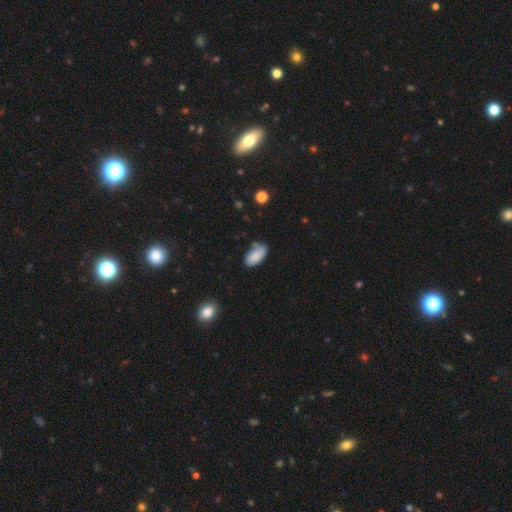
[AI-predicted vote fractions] A smooth galaxy with no disk features (83%) that is in between round and cigar-shaped (94%). Merging: none (58%).